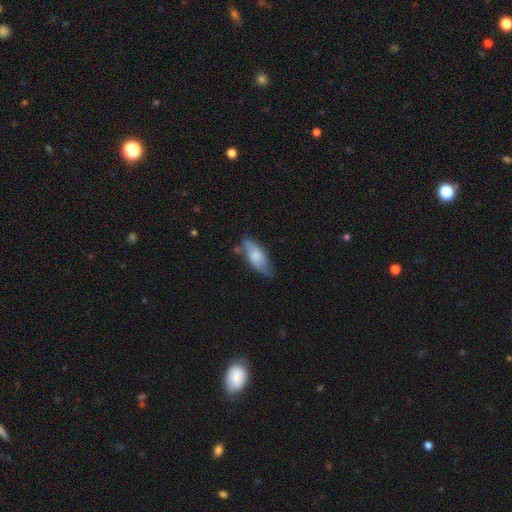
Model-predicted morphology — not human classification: smooth_or_featured: smooth (p=0.63) [alt: featured or disk p=0.31]
how_rounded: in between (p=0.76) [alt: cigar-shaped p=0.22]
merging: none (p=0.61) [alt: minor disturbance p=0.28]